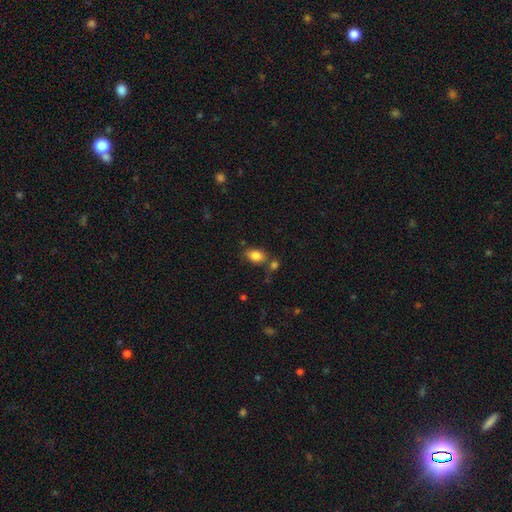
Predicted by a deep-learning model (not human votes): This is clearly a smooth galaxy (84%). How rounded: clearly in between (82%). Merging: likely none (66%).